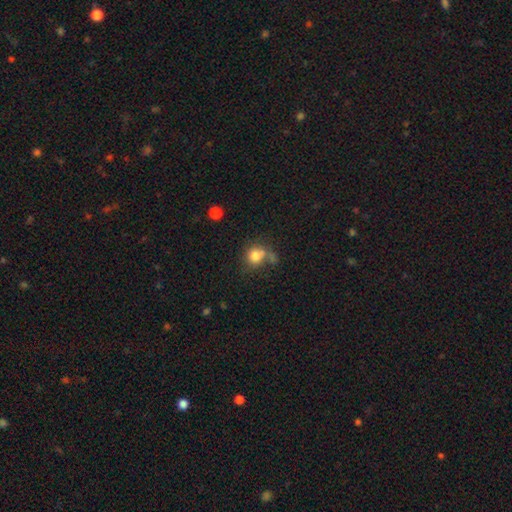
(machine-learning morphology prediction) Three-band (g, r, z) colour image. It shows a smooth galaxy with no disk features (79%) that is round (77%). Merging: none (44%).